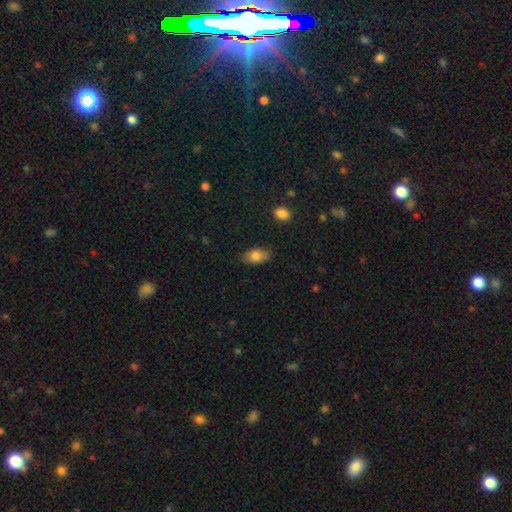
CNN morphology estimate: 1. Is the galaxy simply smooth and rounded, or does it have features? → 80% smooth, 12% featured or disk, 7% star or artifact.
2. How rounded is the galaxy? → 91% in between, 6% round, 3% cigar-shaped.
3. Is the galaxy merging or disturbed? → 82% none, 14% minor disturbance, 3% major disturbance, 1% merger.